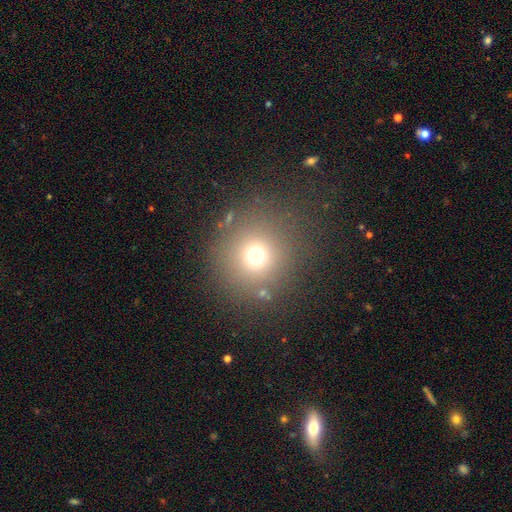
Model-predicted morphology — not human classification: type=smooth (69%); roundness=round (93%); merging=none (82%).